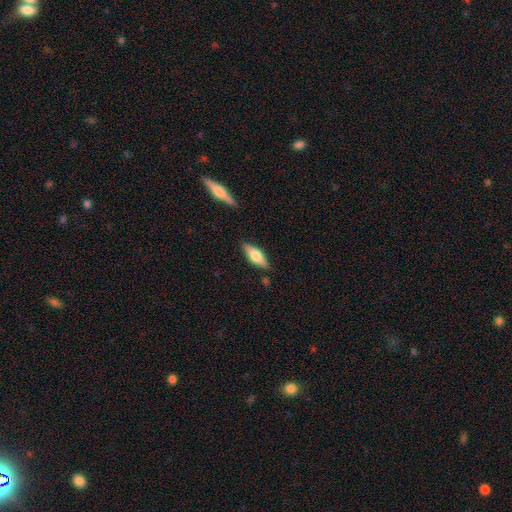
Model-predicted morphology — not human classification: Q: Smooth or featured?
A: smooth (60%); runner-up: featured or disk (34%)
Q: How rounded?
A: in between (62%); runner-up: cigar-shaped (36%)
Q: Merging?
A: none (83%); runner-up: minor disturbance (12%)